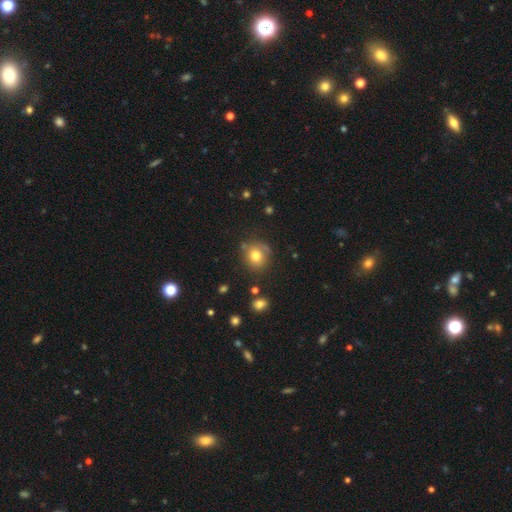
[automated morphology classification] Q: Smooth or featured?
A: smooth (76%); runner-up: star or artifact (12%)
Q: How rounded?
A: round (81%); runner-up: in between (18%)
Q: Merging?
A: none (73%); runner-up: minor disturbance (17%)